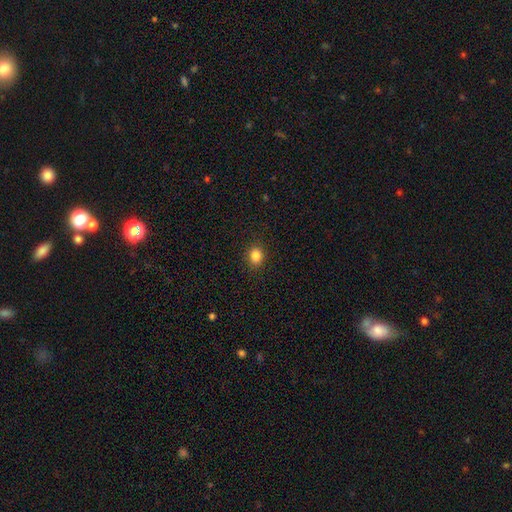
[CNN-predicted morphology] type=smooth (85%); roundness=round (60%); merging=none (90%).